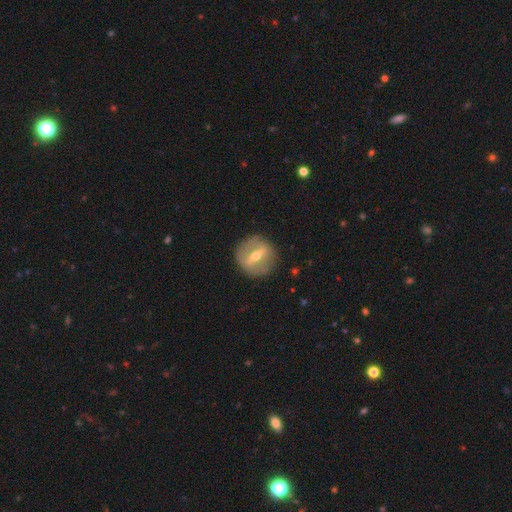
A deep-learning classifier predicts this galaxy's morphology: This appears to be a featured or disk galaxy (73%) with a strong bar (74%), no spiral arms (80%) and a moderate central bulge (65%). Merging: none (86%).